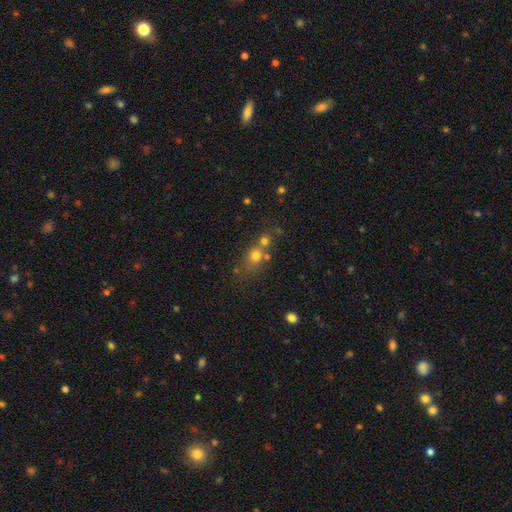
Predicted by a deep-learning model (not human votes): Smooth or featured?
  - smooth: 68% *
  - star or artifact: 17%
  - featured or disk: 15%
How rounded?
  - round: 70% *
  - in between: 27%
  - cigar-shaped: 3%
Merging?
  - none: 43% *
  - merger: 42%
  - minor disturbance: 10%
  - major disturbance: 5%